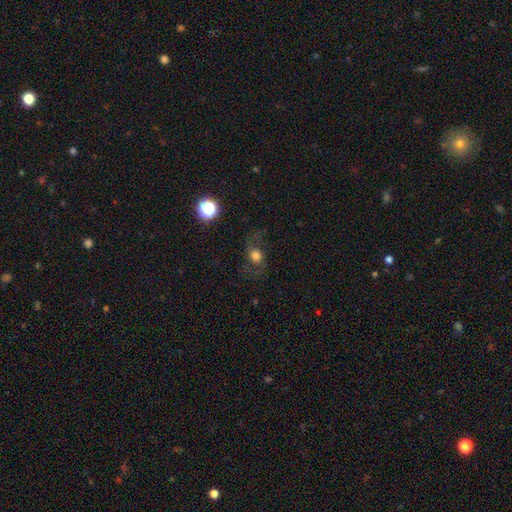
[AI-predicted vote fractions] Smooth or featured?
  - smooth: 51% *
  - featured or disk: 35%
  - star or artifact: 14%
How rounded?
  - round: 67% *
  - in between: 31%
  - cigar-shaped: 2%
Merging?
  - none: 58% *
  - major disturbance: 22%
  - minor disturbance: 18%
  - merger: 2%